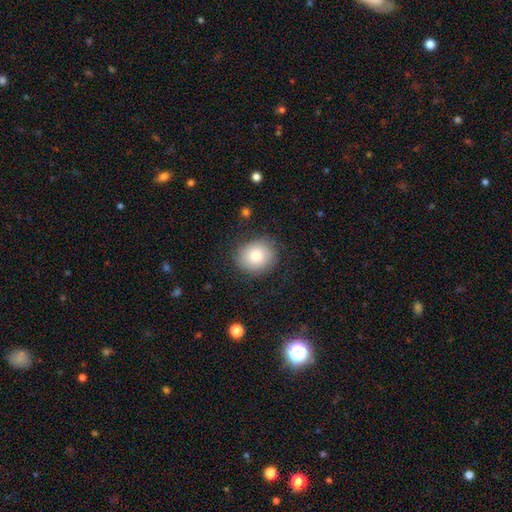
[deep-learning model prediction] Q: Smooth or featured?
A: smooth (79%); runner-up: featured or disk (12%)
Q: How rounded?
A: round (74%); runner-up: in between (25%)
Q: Merging?
A: none (81%); runner-up: minor disturbance (13%)